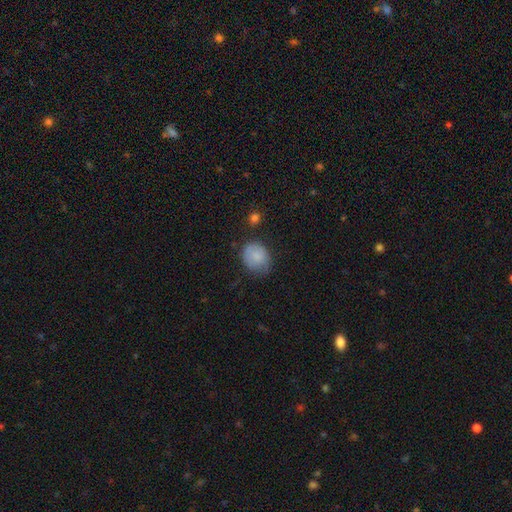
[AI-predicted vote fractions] smooth_or_featured: smooth (p=0.82) [alt: featured or disk p=0.10]
how_rounded: round (p=0.56) [alt: in between p=0.43]
merging: none (p=0.56) [alt: minor disturbance p=0.33]